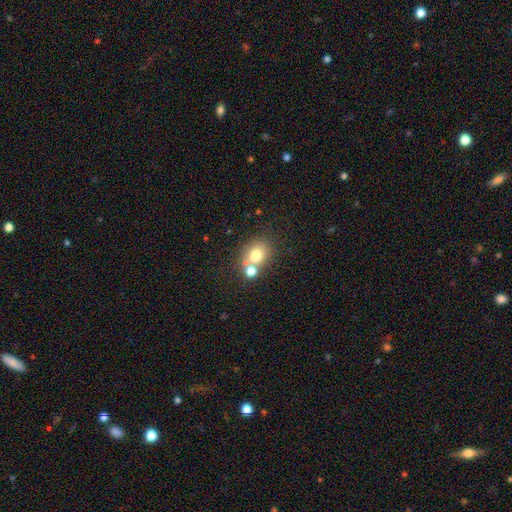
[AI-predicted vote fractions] Smooth or featured: smooth — 72% (featured or disk — 14%)
How rounded: round — 64% (in between — 35%)
Merging: none — 52% (merger — 34%)